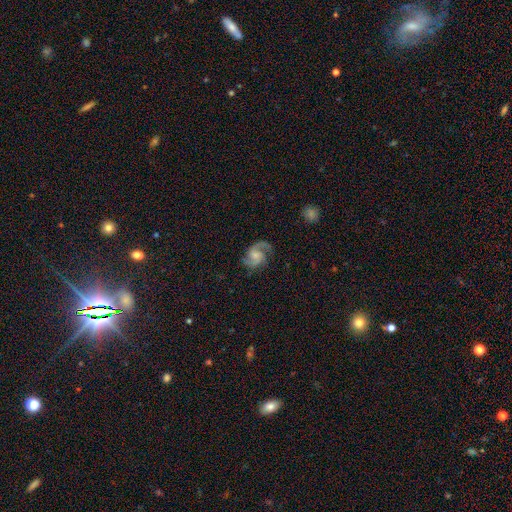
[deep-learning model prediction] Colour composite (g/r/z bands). It shows a featured or disk galaxy (86%) with no bar (57%), 2 (81%) medium (56%) spiral arms (97%) and a small central bulge (41%). Merging: none (73%).